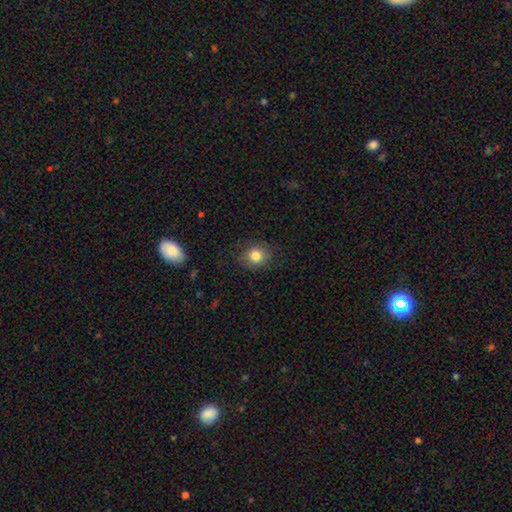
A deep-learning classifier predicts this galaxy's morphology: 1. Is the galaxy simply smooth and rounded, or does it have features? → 82% smooth, 10% star or artifact, 8% featured or disk.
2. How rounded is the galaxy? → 76% round, 23% in between, 1% cigar-shaped.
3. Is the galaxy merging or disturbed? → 82% none, 13% minor disturbance, 4% major disturbance, 1% merger.